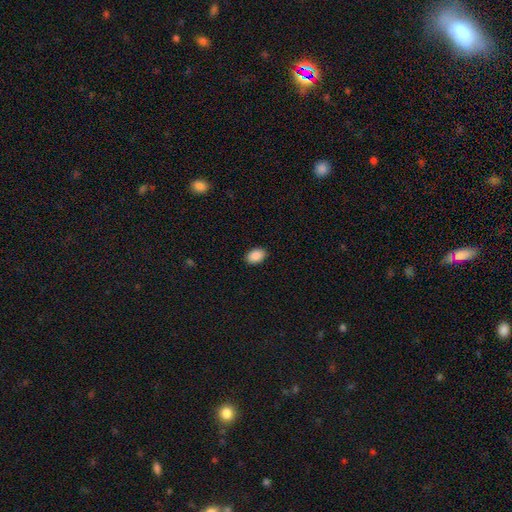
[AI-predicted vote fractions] This appears to be a smooth galaxy with no disk features (90%) that is in between round and cigar-shaped (86%). Merging: none (90%).